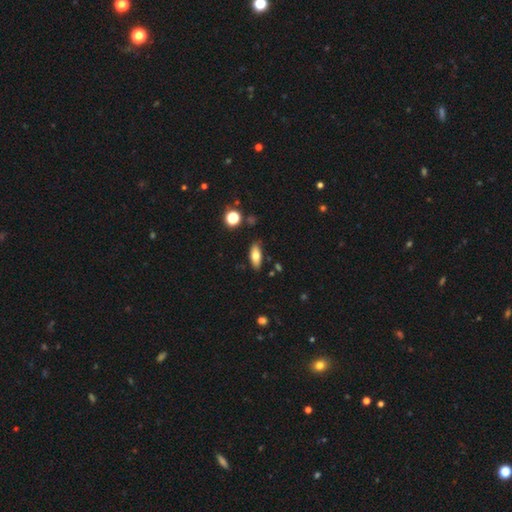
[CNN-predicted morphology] Smooth or featured: smooth — 73% (featured or disk — 19%)
How rounded: in between — 78% (cigar-shaped — 19%)
Merging: none — 84% (minor disturbance — 11%)